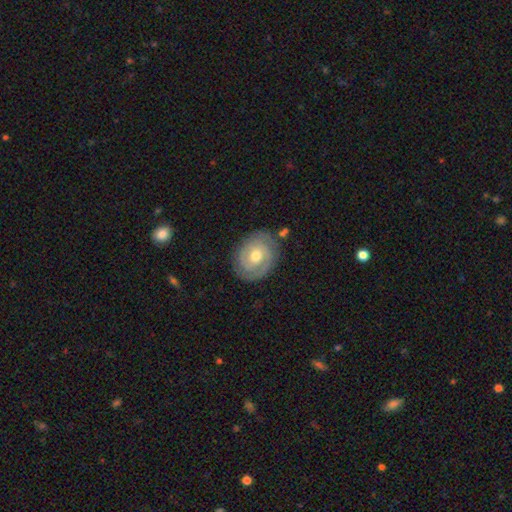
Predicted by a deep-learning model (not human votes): A featured or disk galaxy (76%) with no bar (65%), 2 (65%) tight (72%) spiral arms (88%) and a moderate central bulge (72%). Merging: none (80%).